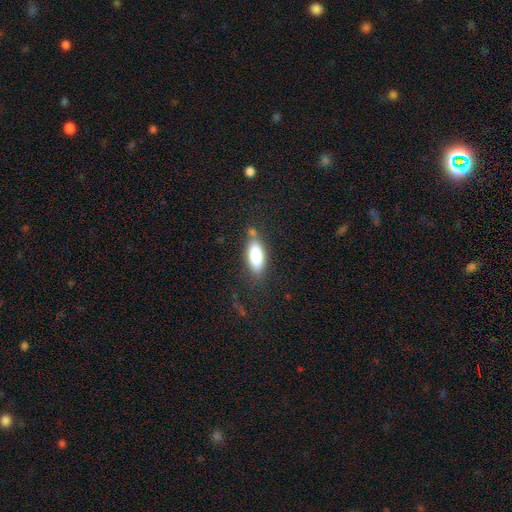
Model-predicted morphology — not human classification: Smooth or featured: smooth — 82% (featured or disk — 11%)
How rounded: in between — 78% (cigar-shaped — 20%)
Merging: none — 69% (minor disturbance — 19%)